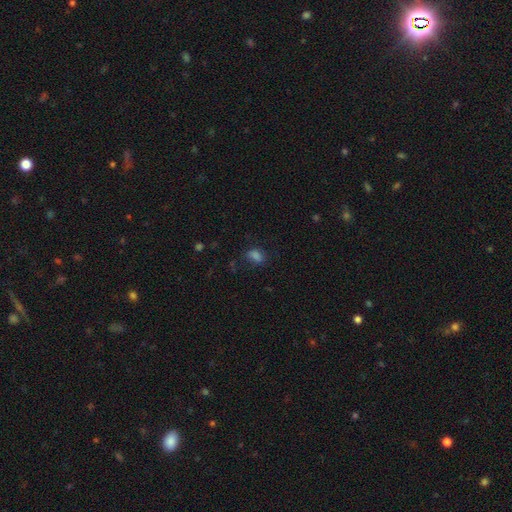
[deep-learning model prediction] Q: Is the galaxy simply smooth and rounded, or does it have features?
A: smooth — 79%.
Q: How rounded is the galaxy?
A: in between — 80%.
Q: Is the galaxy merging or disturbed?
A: none — 63%.